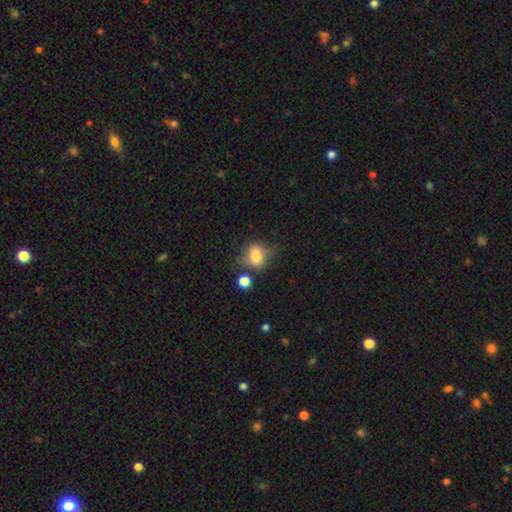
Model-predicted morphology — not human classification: type=smooth (74%); roundness=in between (57%); merging=none (56%).